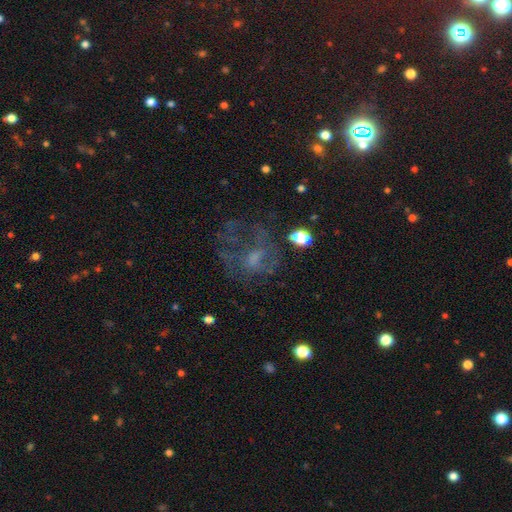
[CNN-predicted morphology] Q: Smooth or featured?
A: featured or disk (49%); runner-up: smooth (27%)
Q: Merging?
A: none (48%); runner-up: major disturbance (32%)